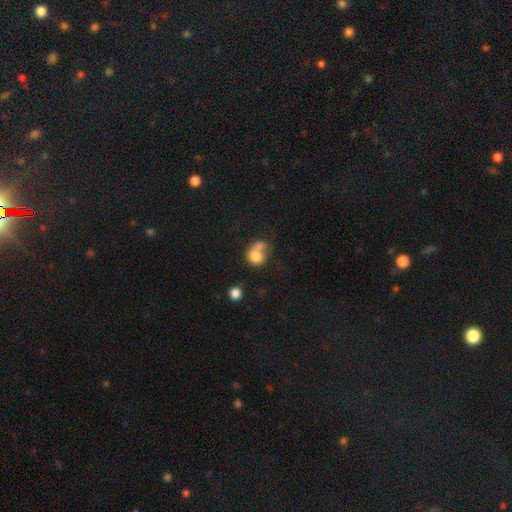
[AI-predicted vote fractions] smooth 75%, featured or disk 15%, star or artifact 10%. Down the decision tree: how rounded — round (62%); merging — merger (52%).